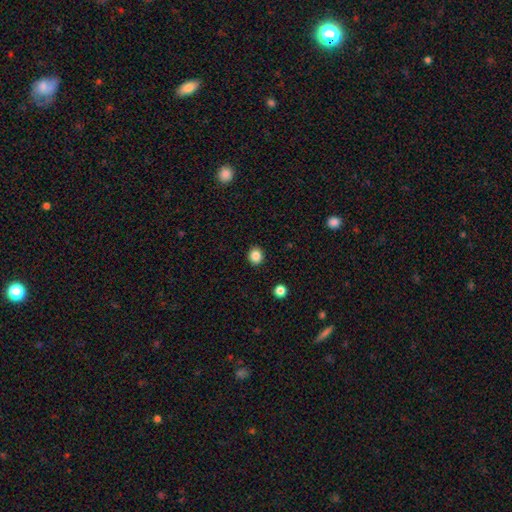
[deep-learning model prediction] This appears to be a smooth galaxy with no disk features (85%) that is round (82%). Merging: none (92%).